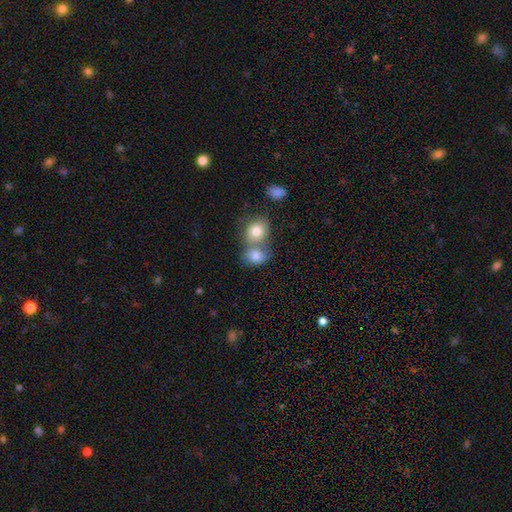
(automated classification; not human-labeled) Smooth or featured: smooth — 81% (featured or disk — 10%)
How rounded: round — 53% (in between — 46%)
Merging: merger — 58% (none — 30%)